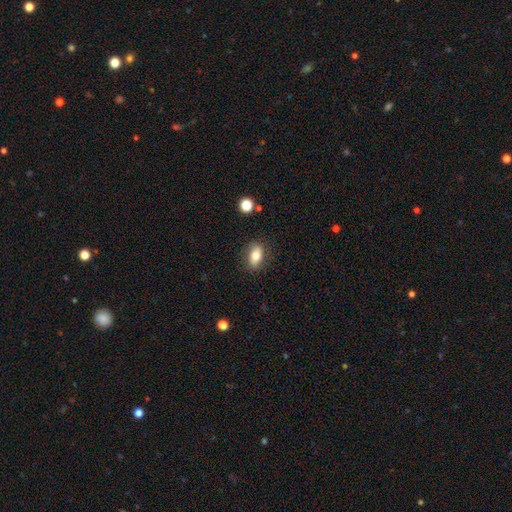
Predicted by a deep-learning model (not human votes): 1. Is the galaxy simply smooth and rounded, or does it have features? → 76% smooth, 15% featured or disk, 9% star or artifact.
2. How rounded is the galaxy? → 82% in between, 12% round, 6% cigar-shaped.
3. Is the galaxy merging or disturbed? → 84% none, 11% minor disturbance, 3% major disturbance, 1% merger.